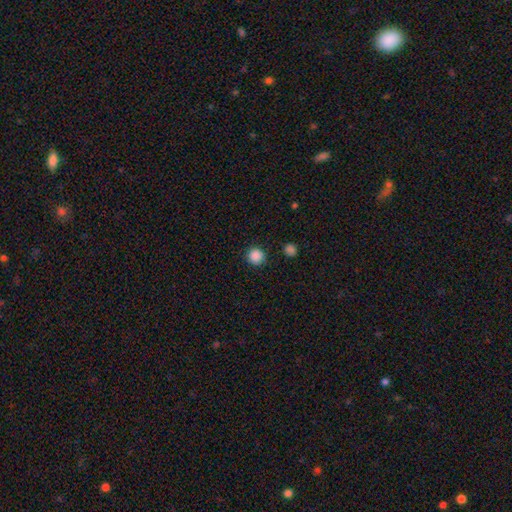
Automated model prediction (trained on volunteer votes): smooth 87%, star or artifact 11%, featured or disk 3%. Down the decision tree: how rounded — round (95%); merging — none (90%).